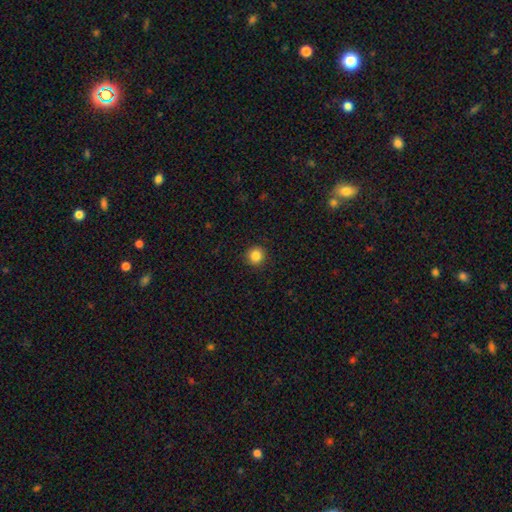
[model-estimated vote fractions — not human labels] Smooth or featured? Predicted: smooth (p=0.85). How rounded? Predicted: round (p=0.94). Merging? Predicted: none (p=0.92).